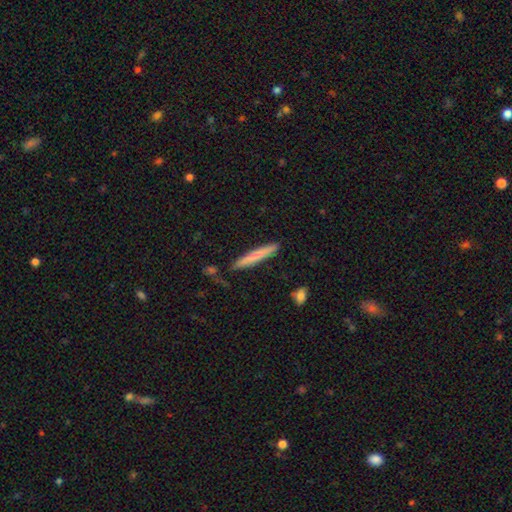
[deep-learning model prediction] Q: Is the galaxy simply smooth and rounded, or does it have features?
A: smooth — 73%.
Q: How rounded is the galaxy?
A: cigar-shaped — 96%.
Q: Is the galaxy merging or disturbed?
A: none — 84%.